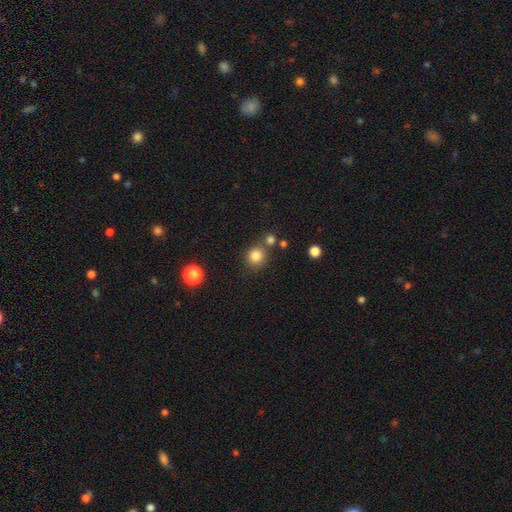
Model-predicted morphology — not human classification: The model was most divided on "merging": none: 73%, merger: 14%, minor disturbance: 10%, major disturbance: 4%. More confident: how rounded — round (89%); smooth or featured — smooth (83%).